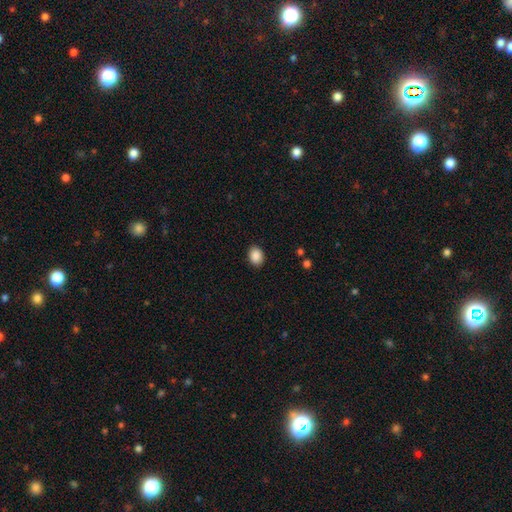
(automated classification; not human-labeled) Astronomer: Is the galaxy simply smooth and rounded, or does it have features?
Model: smooth — 89%.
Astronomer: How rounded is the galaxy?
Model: in between — 61% (runner-up: round, 38%).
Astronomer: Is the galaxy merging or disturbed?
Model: none — 90%.